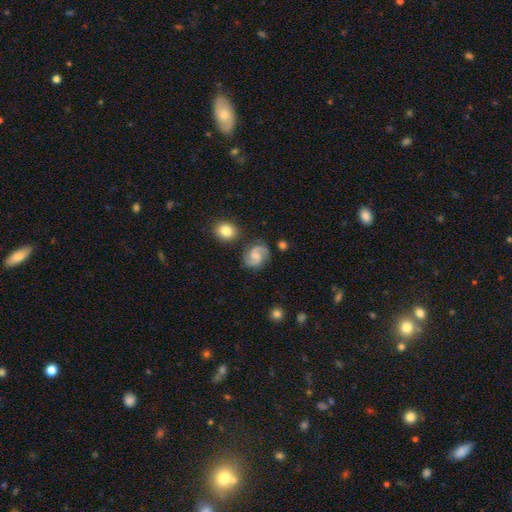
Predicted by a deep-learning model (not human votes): Smooth or featured? featured or disk (80%)
Edge-on disk? no (98%)
Bar? no (46%, tied with weak)
Spiral arms? yes (97%)
Spiral winding? medium (55%)
Spiral arm count? 2 (92%)
Bulge size? small (38%)
Merging? none (77%)